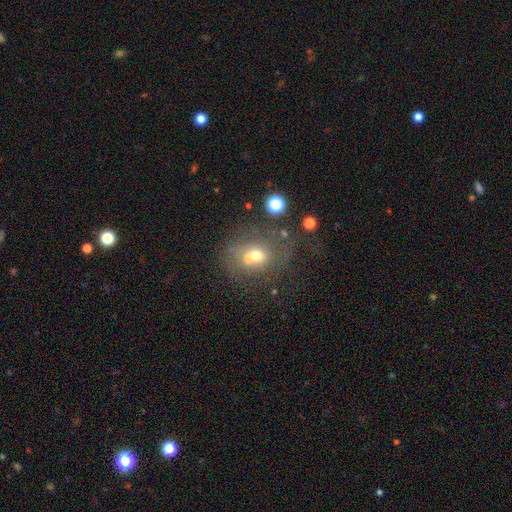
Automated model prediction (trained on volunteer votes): Smooth or featured? Predicted: smooth (p=0.55). How rounded? Predicted: round (p=0.65). Merging? Predicted: merger (p=0.40).